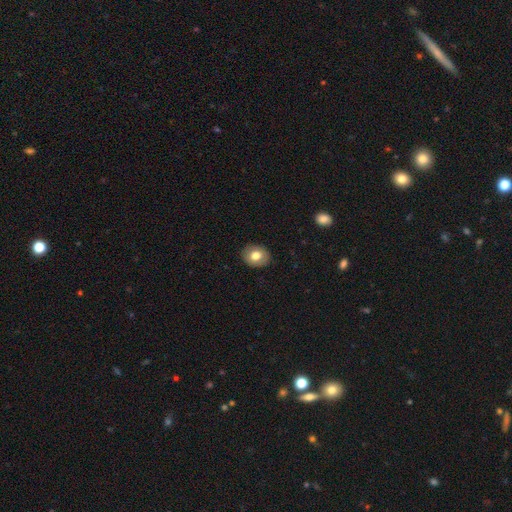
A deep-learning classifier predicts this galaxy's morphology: Q: Smooth or featured?
A: smooth (74%); runner-up: featured or disk (19%)
Q: How rounded?
A: in between (52%); runner-up: round (47%)
Q: Merging?
A: none (89%); runner-up: minor disturbance (8%)